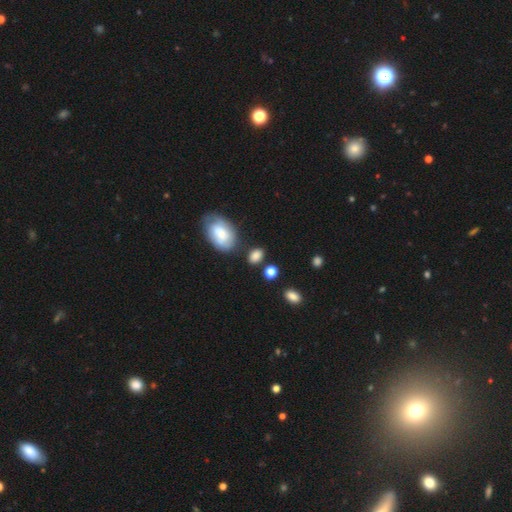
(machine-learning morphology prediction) A smooth galaxy with no disk features (81%) that is in between round and cigar-shaped (76%).

Vote fractions:
- Smooth or featured? smooth: 81% / star or artifact: 10% / featured or disk: 9%
- How rounded? in between: 76% / round: 22% / cigar-shaped: 2%
- Merging? none: 71% / minor disturbance: 17% / merger: 7% / major disturbance: 5%